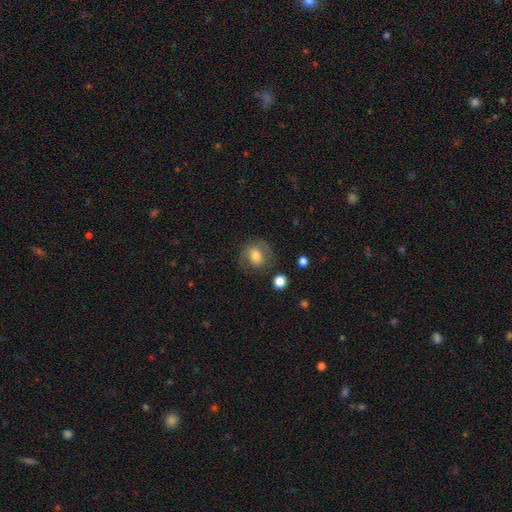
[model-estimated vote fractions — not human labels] Morphology: type=smooth (61%); roundness=round (61%); merging=none (70%).